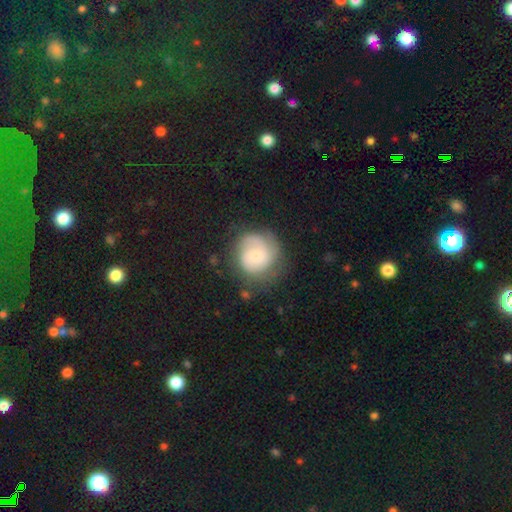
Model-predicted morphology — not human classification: Overall: featured or disk (53%; smooth 40%). Edge-on disk: no (98%). Bar: no (77%). Spiral arms: yes (83%). Bulge size: small (55%; moderate 35%). Merging: none (62%).